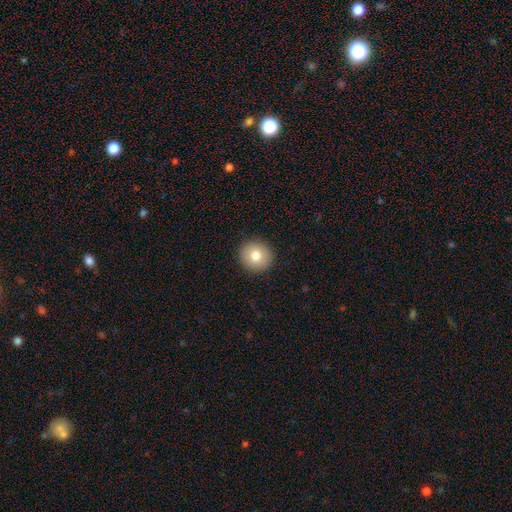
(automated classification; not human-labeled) Morphology: type=smooth (79%); roundness=round (93%); merging=none (92%).